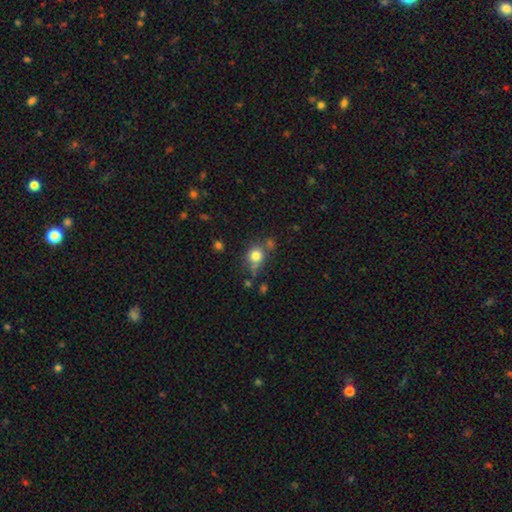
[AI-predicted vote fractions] Smooth or featured?
  - smooth: 79% *
  - star or artifact: 12%
  - featured or disk: 9%
How rounded?
  - round: 78% *
  - in between: 21%
  - cigar-shaped: 1%
Merging?
  - none: 59% *
  - merger: 17%
  - minor disturbance: 17%
  - major disturbance: 7%